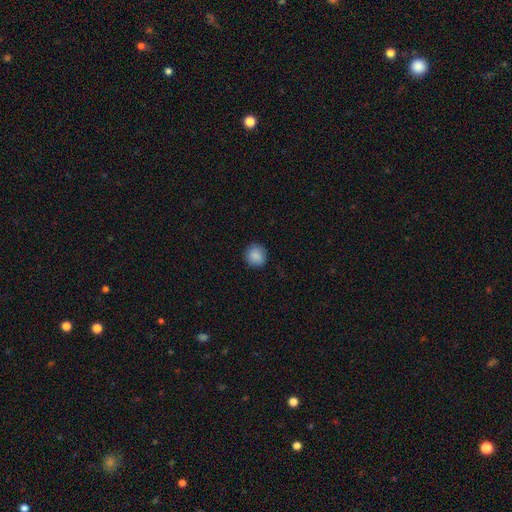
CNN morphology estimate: Overall: smooth (88%). How rounded: round (90%). Merging: none (88%).